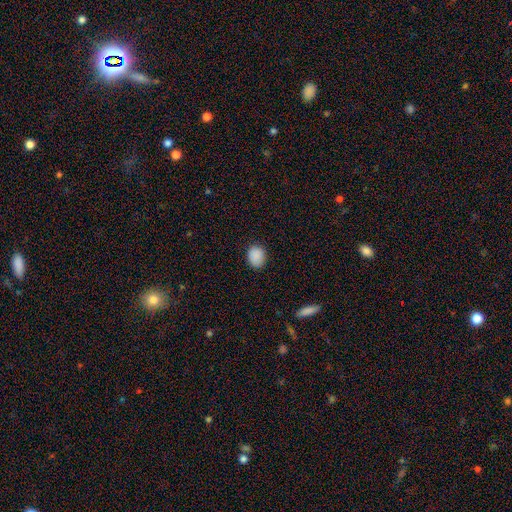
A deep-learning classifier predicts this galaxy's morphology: This appears to be a smooth galaxy with no disk features (89%) that is round (58%). Merging: none (86%).